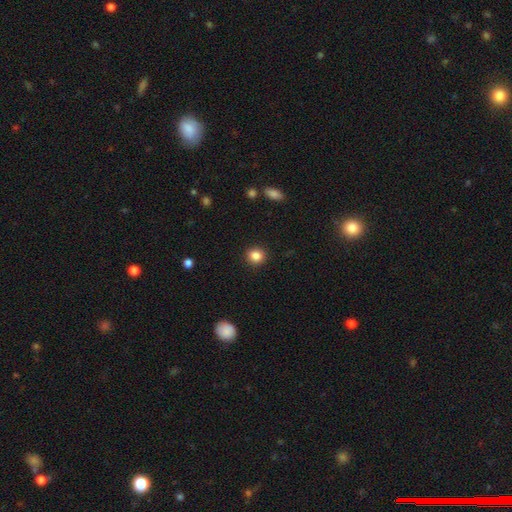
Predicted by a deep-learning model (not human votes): The model was most divided on "how rounded": round: 86%, in between: 13%, cigar-shaped: 1%. More confident: merging — none (92%); smooth or featured — smooth (85%).